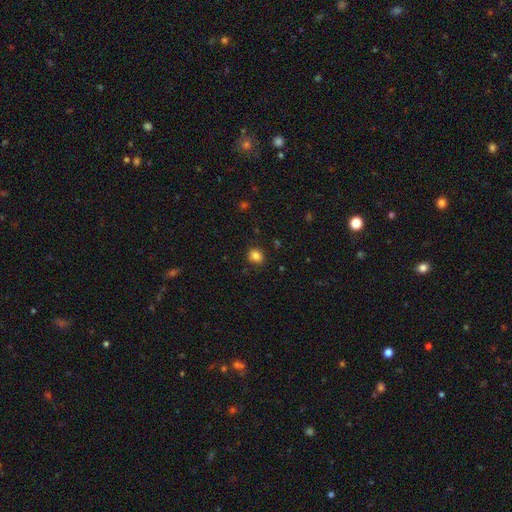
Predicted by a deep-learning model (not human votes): This is clearly a smooth galaxy (84%). How rounded: likely round (62%). Merging: clearly none (87%).